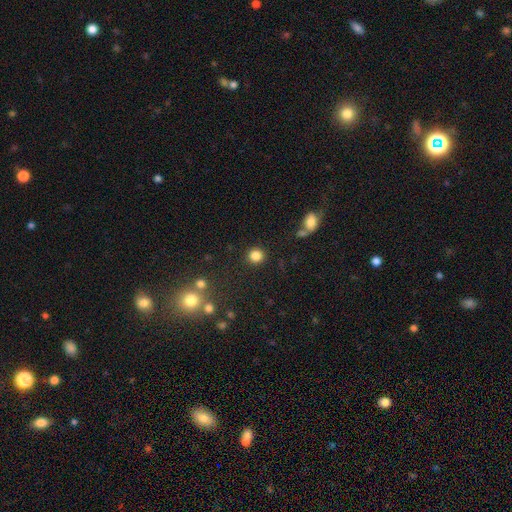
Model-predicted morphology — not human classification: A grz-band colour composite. It shows a smooth galaxy with no disk features (84%) that is round (90%). Merging: none (88%).